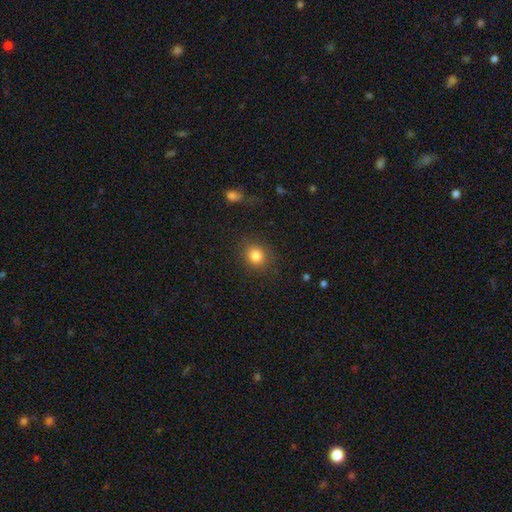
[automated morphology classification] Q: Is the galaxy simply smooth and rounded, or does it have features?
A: smooth — 84%.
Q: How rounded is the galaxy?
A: round — 78%.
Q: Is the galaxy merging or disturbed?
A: none — 85%.